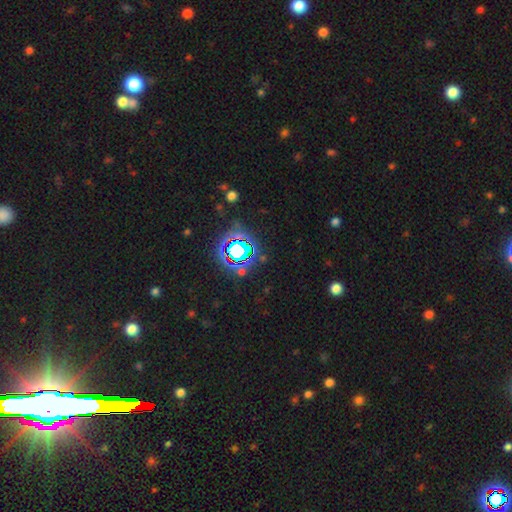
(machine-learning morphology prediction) type=star or artifact (81%).